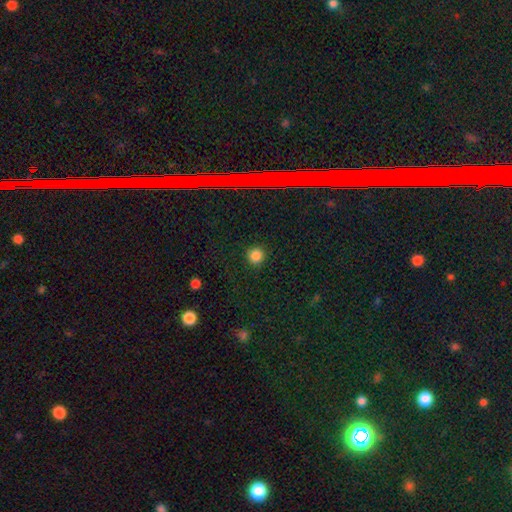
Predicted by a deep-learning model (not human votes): Q: Smooth or featured?
A: smooth (82%); runner-up: star or artifact (14%)
Q: How rounded?
A: round (93%); runner-up: in between (6%)
Q: Merging?
A: none (91%); runner-up: minor disturbance (6%)